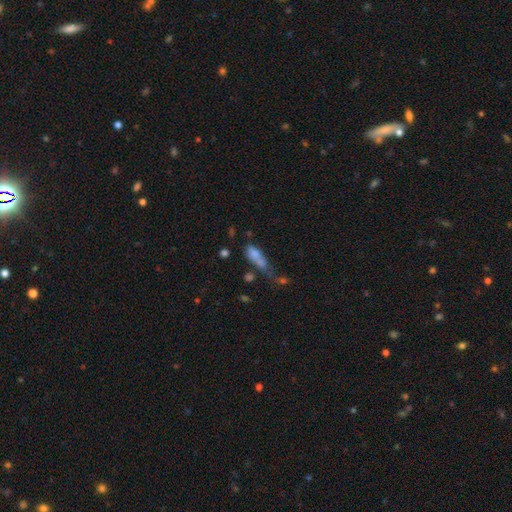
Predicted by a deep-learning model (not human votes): This is likely a smooth galaxy (68%). How rounded: likely in between (67%). Merging: marginally merger (37%).